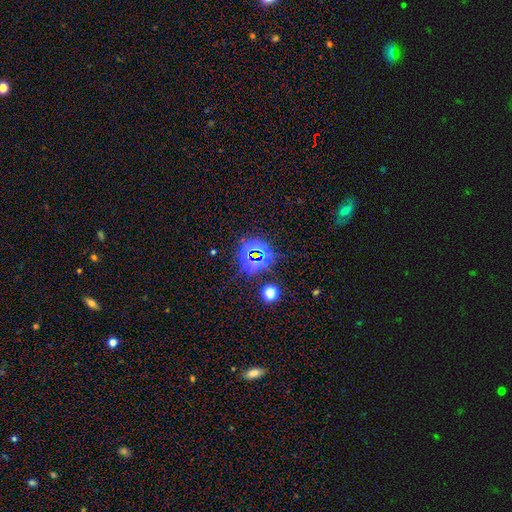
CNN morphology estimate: The model was most divided on "smooth or featured": star or artifact: 74%, smooth: 17%, featured or disk: 9%.